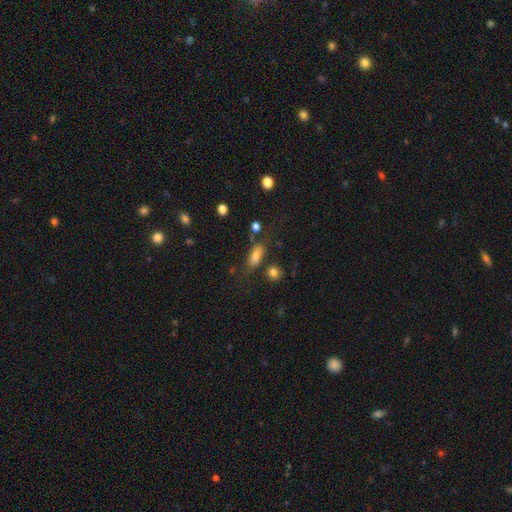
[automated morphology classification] Smooth or featured?
  - smooth: 68% *
  - featured or disk: 16%
  - star or artifact: 16%
How rounded?
  - in between: 66% *
  - cigar-shaped: 26%
  - round: 7%
Merging?
  - none: 59% *
  - minor disturbance: 20%
  - major disturbance: 12%
  - merger: 10%